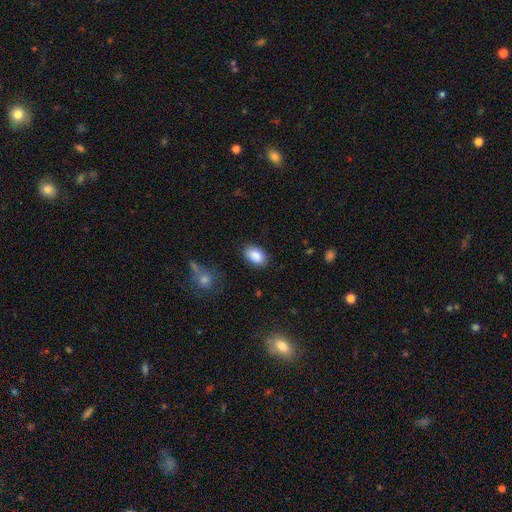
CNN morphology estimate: smooth-or-featured: smooth: 88% | star or artifact: 7% | featured or disk: 5%
  how-rounded: in between: 90% | round: 8% | cigar-shaped: 1%
  merging: none: 84% | minor disturbance: 11% | major disturbance: 3% | merger: 2%